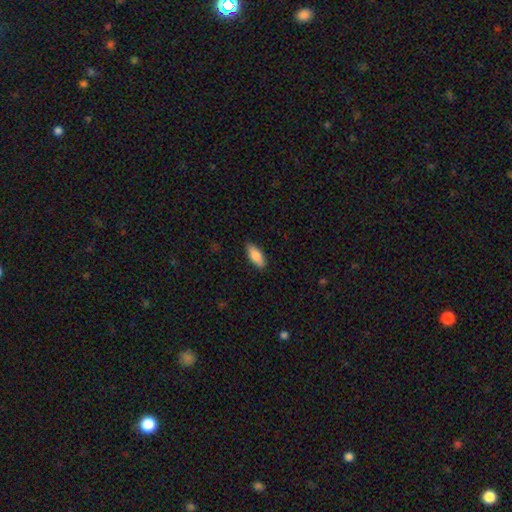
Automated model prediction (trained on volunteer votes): Smooth or featured? smooth (81%)
How rounded? in between (81%)
Merging? none (87%)